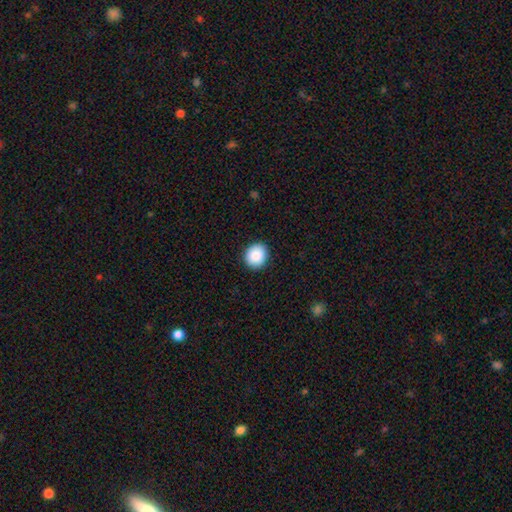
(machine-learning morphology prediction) smooth 88%, star or artifact 8%, featured or disk 4%. Down the decision tree: how rounded — round (80%); merging — none (90%).